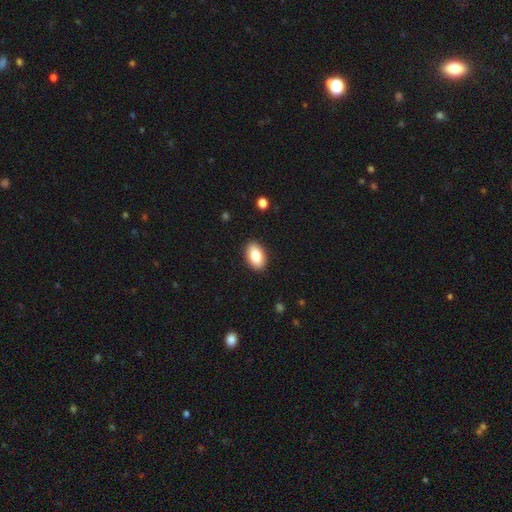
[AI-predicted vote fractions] The model was most divided on "smooth or featured": smooth: 84%, featured or disk: 9%, star or artifact: 7%. More confident: how rounded — in between (92%); merging — none (90%).